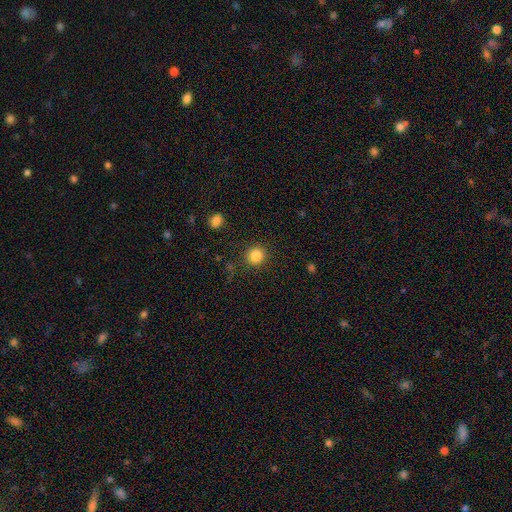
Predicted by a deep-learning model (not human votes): smooth-or-featured: smooth: 85% | star or artifact: 11% | featured or disk: 4%
  how-rounded: round: 91% | in between: 8% | cigar-shaped: 1%
  merging: none: 89% | minor disturbance: 6% | major disturbance: 3% | merger: 2%